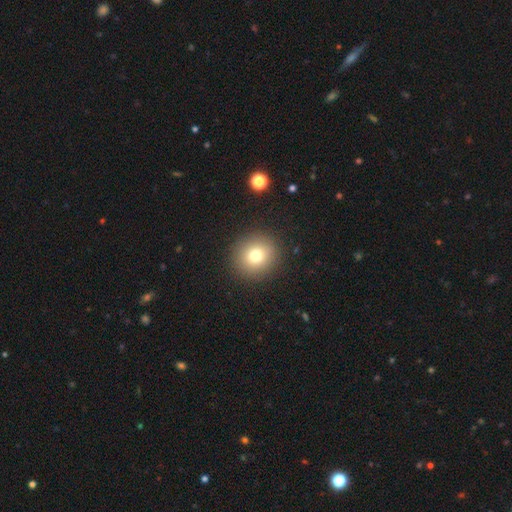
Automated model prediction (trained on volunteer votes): Smooth or featured: smooth — 77% (star or artifact — 12%)
How rounded: round — 91% (in between — 8%)
Merging: none — 91% (minor disturbance — 5%)